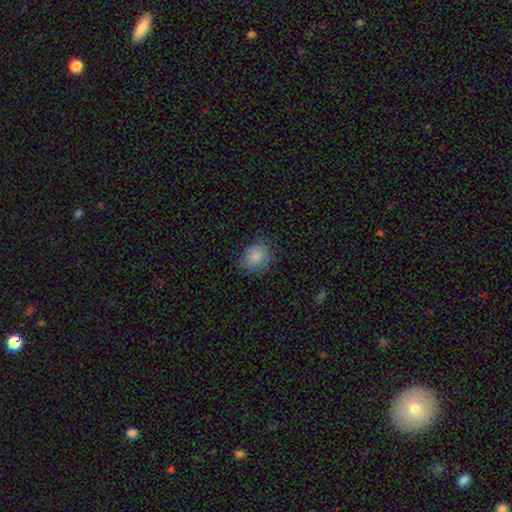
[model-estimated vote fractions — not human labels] Smooth or featured? Predicted: smooth (p=0.84). How rounded? Predicted: round (p=0.53). Merging? Predicted: none (p=0.75).